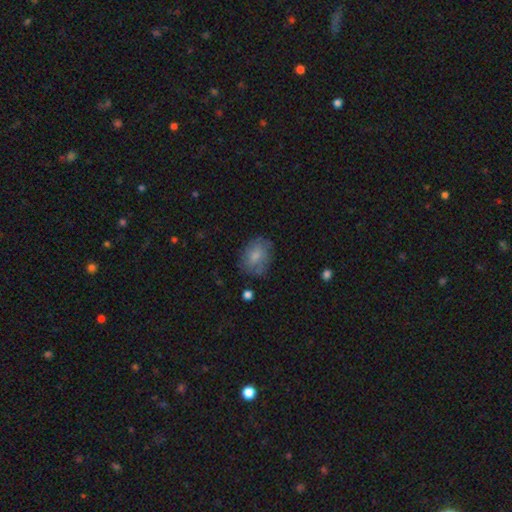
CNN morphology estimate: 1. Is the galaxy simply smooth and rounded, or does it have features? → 71% smooth, 22% featured or disk, 8% star or artifact.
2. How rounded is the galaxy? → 64% in between, 35% round, 1% cigar-shaped.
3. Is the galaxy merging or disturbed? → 68% none, 22% minor disturbance, 7% major disturbance, 2% merger.